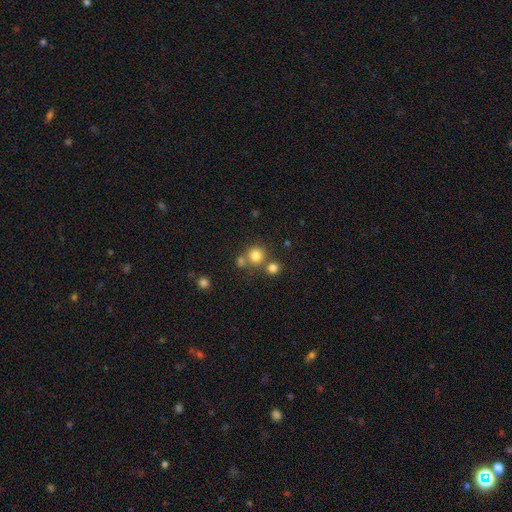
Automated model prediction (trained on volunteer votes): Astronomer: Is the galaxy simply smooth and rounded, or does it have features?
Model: smooth — 77%.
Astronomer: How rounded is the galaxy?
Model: round — 90%.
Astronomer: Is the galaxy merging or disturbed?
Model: none — 65%.